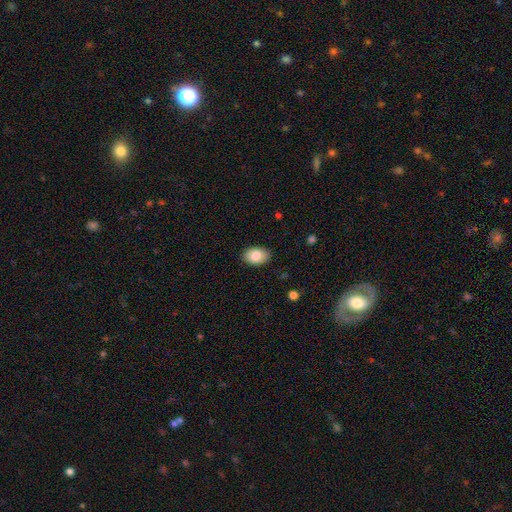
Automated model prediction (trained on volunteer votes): A smooth galaxy with no disk features (86%) that is in between round and cigar-shaped (87%). Merging: none (86%).